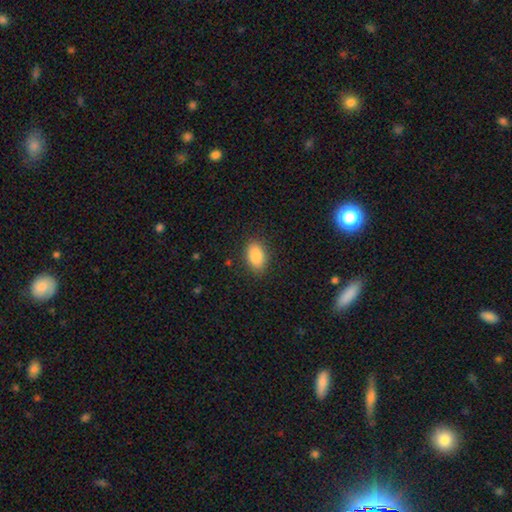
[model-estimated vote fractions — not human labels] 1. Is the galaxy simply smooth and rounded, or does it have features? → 88% smooth, 8% star or artifact, 5% featured or disk.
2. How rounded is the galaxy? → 90% in between, 9% round, 2% cigar-shaped.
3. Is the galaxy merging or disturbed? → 86% none, 10% minor disturbance, 3% major disturbance, 1% merger.